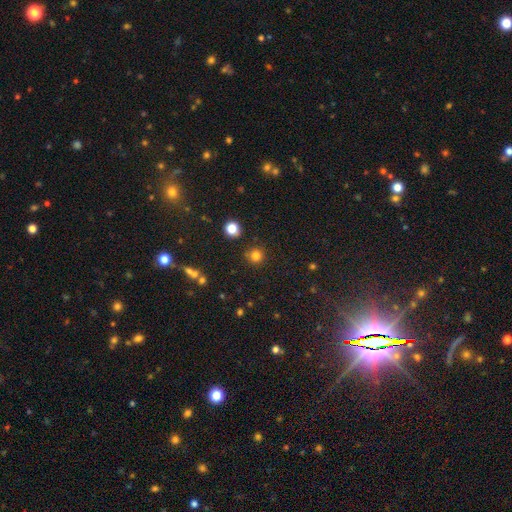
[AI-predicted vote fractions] This appears to be a smooth galaxy with no disk features (80%) that is round (93%). Merging: none (84%).